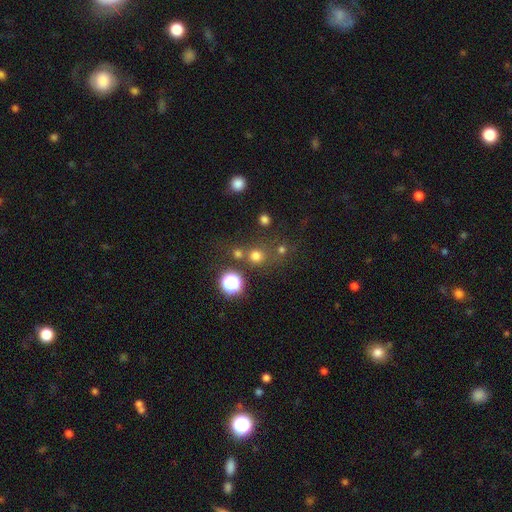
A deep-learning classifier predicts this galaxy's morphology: The model was most divided on "smooth or featured": smooth: 69%, star or artifact: 24%, featured or disk: 7%. More confident: how rounded — round (89%); merging — none (70%).